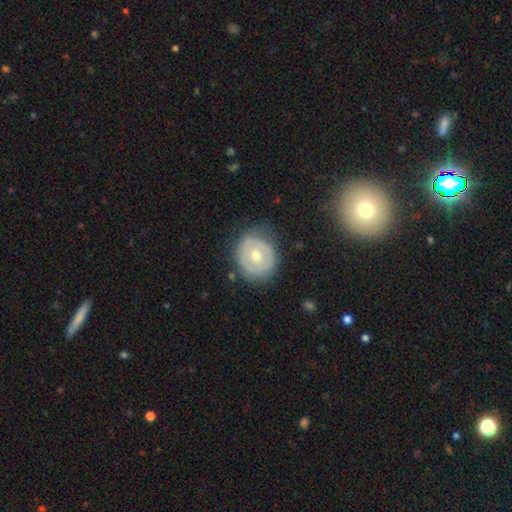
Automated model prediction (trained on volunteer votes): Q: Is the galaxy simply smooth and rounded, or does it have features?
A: featured or disk — 54%.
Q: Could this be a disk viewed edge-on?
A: no — 96%.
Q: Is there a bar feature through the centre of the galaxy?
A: no — 78%.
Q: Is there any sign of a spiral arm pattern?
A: no — 60%.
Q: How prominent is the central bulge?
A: moderate — 68%.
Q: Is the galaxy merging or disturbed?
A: none — 73%.